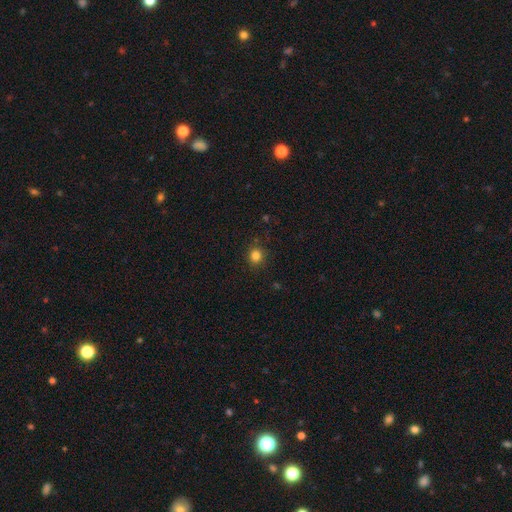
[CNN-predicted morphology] Smooth or featured? Predicted: smooth (p=0.83). How rounded? Predicted: round (p=0.88). Merging? Predicted: none (p=0.89).